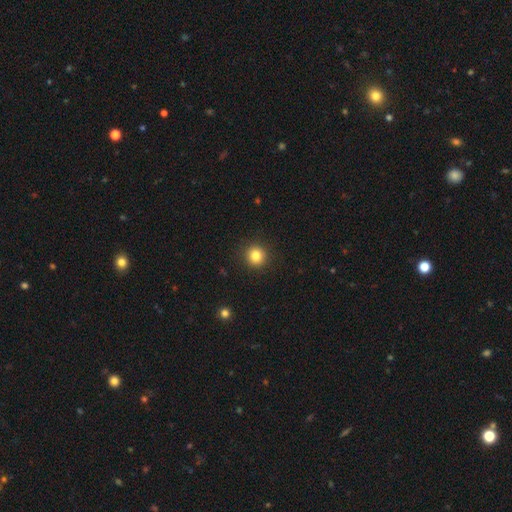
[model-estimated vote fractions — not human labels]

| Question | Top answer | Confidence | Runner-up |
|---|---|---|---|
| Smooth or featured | smooth | 82% | star or artifact (12%) |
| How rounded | round | 93% | in between (6%) |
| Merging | none | 92% | minor disturbance (5%) |